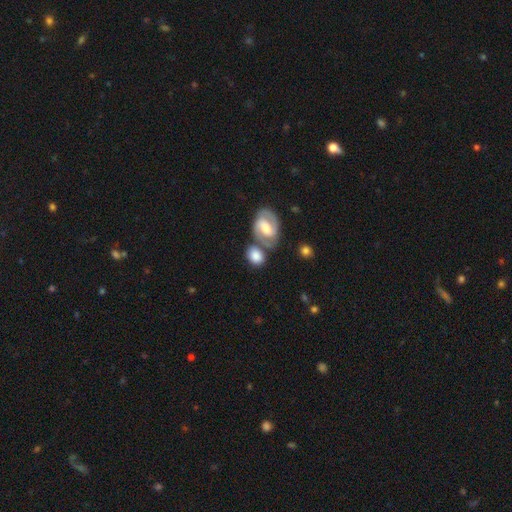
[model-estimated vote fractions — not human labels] smooth_or_featured: smooth (p=0.64) [alt: featured or disk p=0.29]
how_rounded: round (p=0.50) [alt: in between p=0.48]
merging: none (p=0.50) [alt: merger p=0.31]